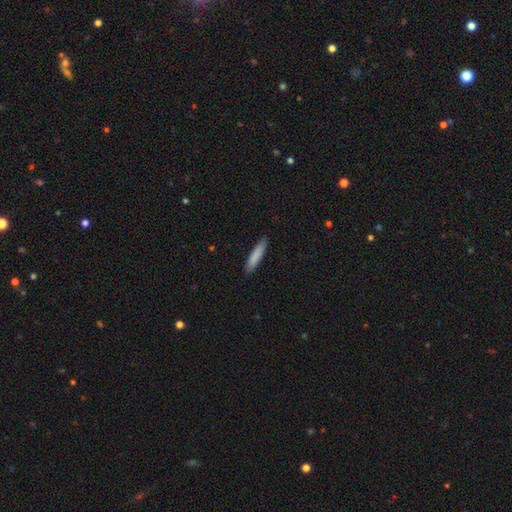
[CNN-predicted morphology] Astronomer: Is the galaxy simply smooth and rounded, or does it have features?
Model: smooth — 84%.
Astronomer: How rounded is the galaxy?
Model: cigar-shaped — 87%.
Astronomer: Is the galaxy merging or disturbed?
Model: none — 88%.